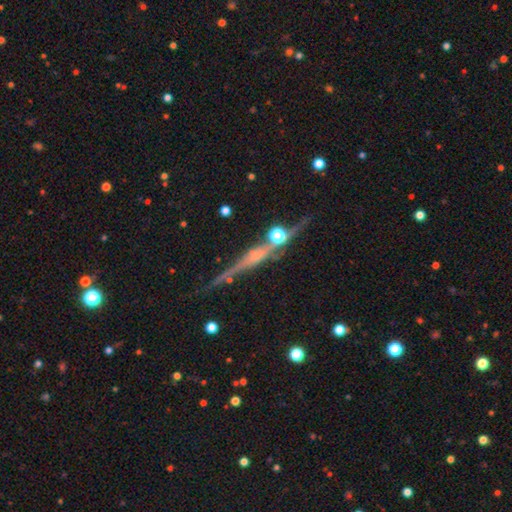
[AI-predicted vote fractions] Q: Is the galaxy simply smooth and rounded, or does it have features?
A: featured or disk — 73%.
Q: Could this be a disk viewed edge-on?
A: yes — 96%.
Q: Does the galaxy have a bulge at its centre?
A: rounded — 53%.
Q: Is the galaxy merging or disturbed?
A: none — 78%.